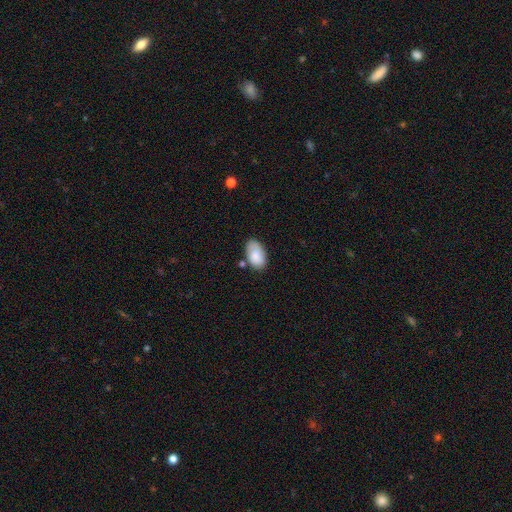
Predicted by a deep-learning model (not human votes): smooth_or_featured: smooth (p=0.82) [alt: featured or disk p=0.11]
how_rounded: in between (p=0.93) [alt: round p=0.05]
merging: none (p=0.66) [alt: minor disturbance p=0.22]